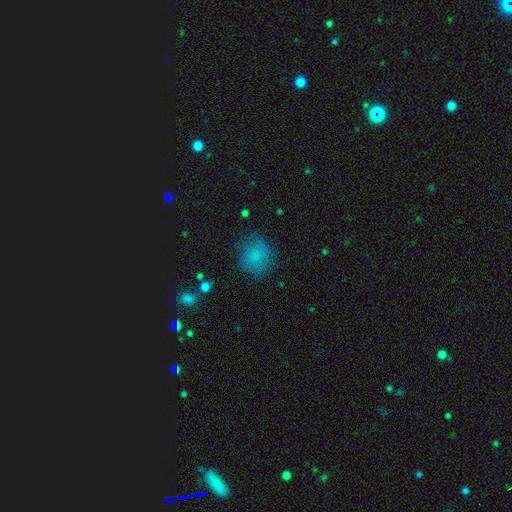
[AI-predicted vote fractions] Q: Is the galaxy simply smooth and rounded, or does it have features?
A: smooth — 75%.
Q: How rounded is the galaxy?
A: round — 81%.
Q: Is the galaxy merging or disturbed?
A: none — 73%.